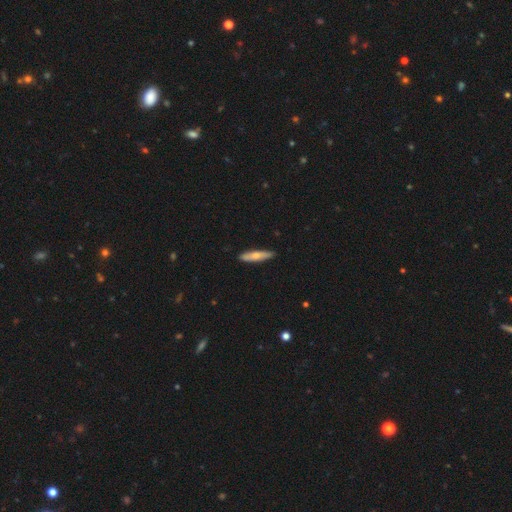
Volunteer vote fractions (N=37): smooth-or-featured: smooth: 59% | featured or disk: 35% | star or artifact: 5%
  how-rounded: cigar-shaped: 77% | in between: 23% | round: 0%
  merging: none: 94% | minor disturbance: 6% | major disturbance: 0% | merger: 0%